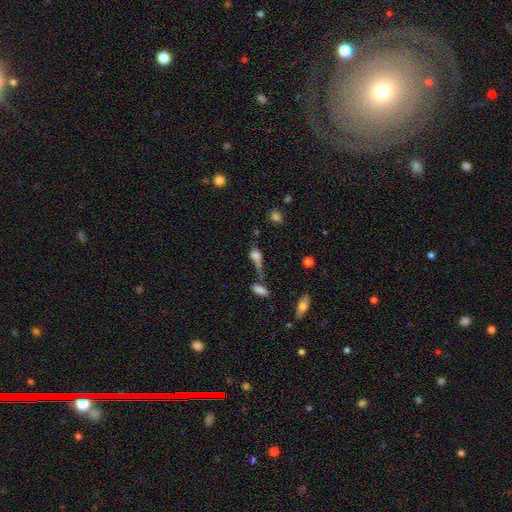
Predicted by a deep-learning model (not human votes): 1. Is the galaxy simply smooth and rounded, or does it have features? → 61% smooth, 24% featured or disk, 15% star or artifact.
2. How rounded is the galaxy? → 54% in between, 24% round, 21% cigar-shaped.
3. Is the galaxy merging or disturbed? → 31% merger, 28% none, 26% major disturbance, 15% minor disturbance.